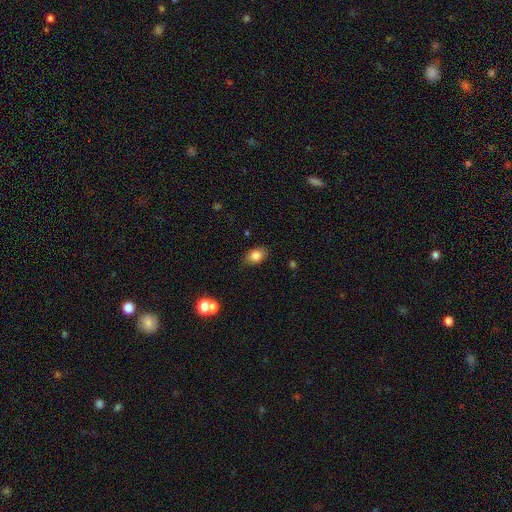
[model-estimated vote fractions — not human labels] smooth-or-featured: smooth: 83% | star or artifact: 9% | featured or disk: 8%
  how-rounded: in between: 78% | round: 20% | cigar-shaped: 1%
  merging: none: 83% | minor disturbance: 13% | major disturbance: 3% | merger: 2%